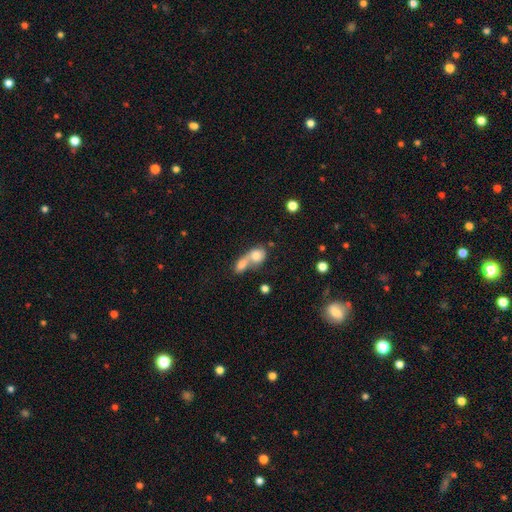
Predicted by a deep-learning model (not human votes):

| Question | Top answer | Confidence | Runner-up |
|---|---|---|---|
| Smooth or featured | smooth | 76% | featured or disk (16%) |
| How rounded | round | 49% | in between (48%) |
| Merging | merger | 75% | none (15%) |